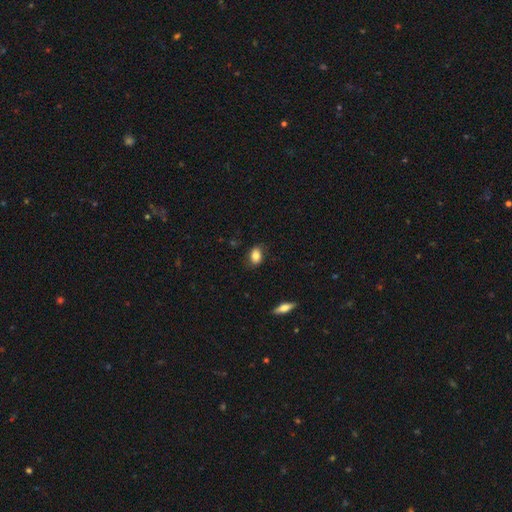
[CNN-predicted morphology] Smooth or featured: smooth — 82% (featured or disk — 10%)
How rounded: in between — 81% (round — 17%)
Merging: none — 79% (minor disturbance — 16%)